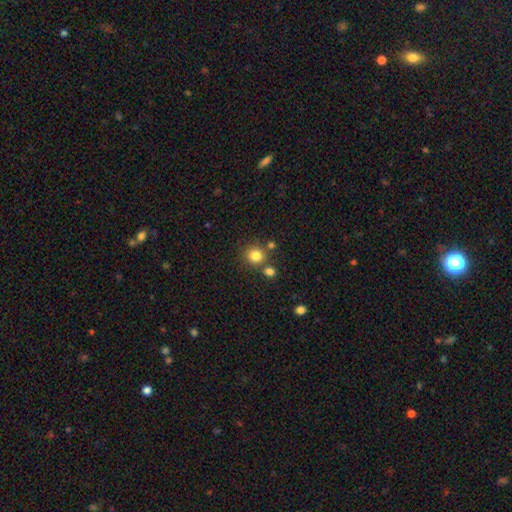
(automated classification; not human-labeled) smooth 81%, star or artifact 12%, featured or disk 6%. Down the decision tree: how rounded — round (87%); merging — none (73%).